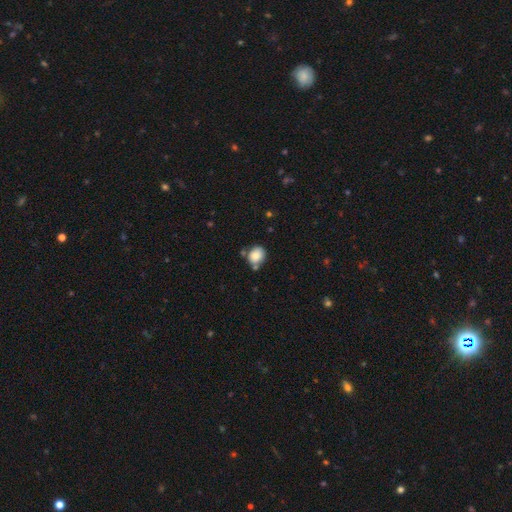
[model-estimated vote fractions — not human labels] Morphology: type=smooth (83%); roundness=round (65%); merging=none (61%).